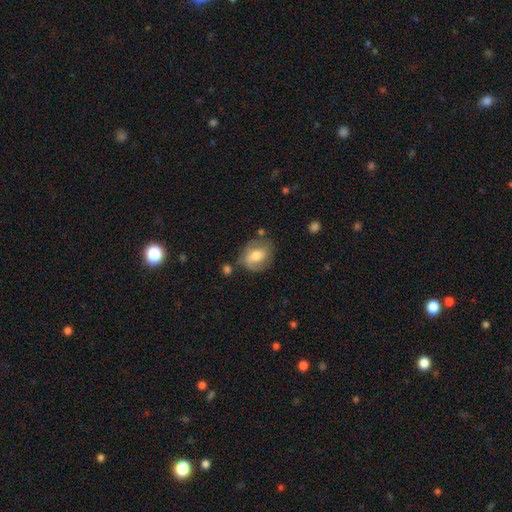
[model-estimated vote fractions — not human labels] smooth-or-featured: smooth: 49% | featured or disk: 43% | star or artifact: 8%
  merging: none: 58% | minor disturbance: 25% | major disturbance: 12% | merger: 5%